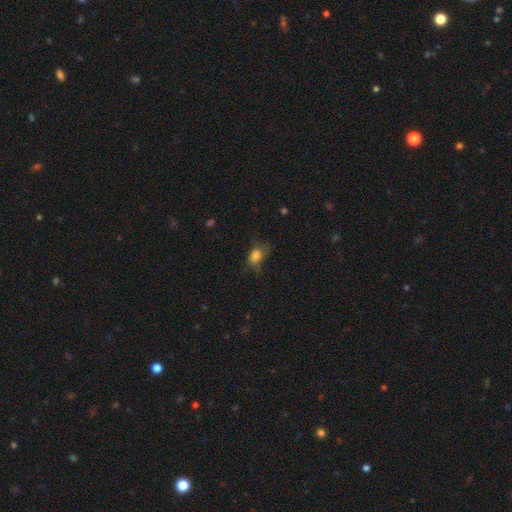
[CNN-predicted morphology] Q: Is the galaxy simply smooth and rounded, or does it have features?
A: smooth — 77%.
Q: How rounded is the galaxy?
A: in between — 68%.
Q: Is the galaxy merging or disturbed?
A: none — 49%.